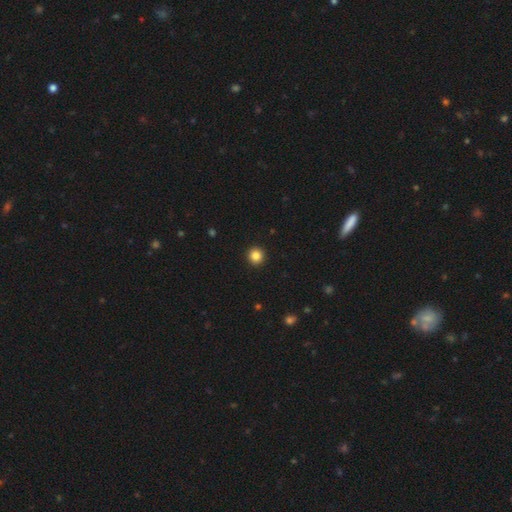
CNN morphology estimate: Q: Smooth or featured?
A: smooth (85%); runner-up: star or artifact (11%)
Q: How rounded?
A: round (95%); runner-up: in between (4%)
Q: Merging?
A: none (94%); runner-up: minor disturbance (4%)